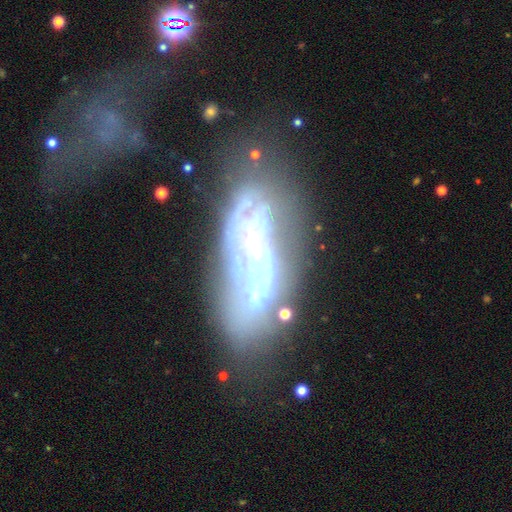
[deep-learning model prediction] Overall: featured or disk (72%). Edge-on disk: no (81%). Bar: no (49%; strong 27%). Spiral arms: no (51%; yes 49%). Bulge size: small (33%; moderate 29%). Merging: none (39%; major disturbance 26%).